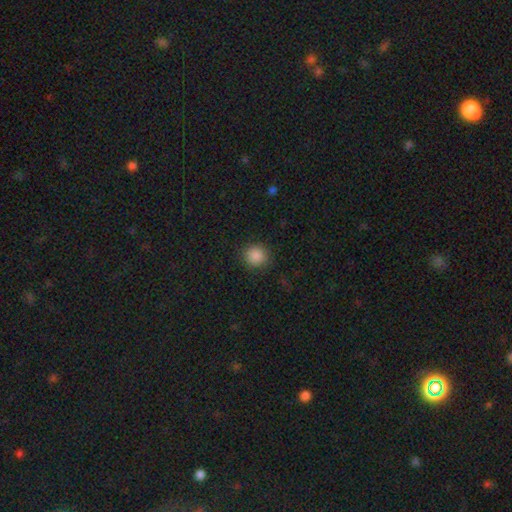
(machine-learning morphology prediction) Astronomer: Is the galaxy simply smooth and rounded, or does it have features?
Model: smooth — 87%.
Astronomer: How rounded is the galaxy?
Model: round — 90%.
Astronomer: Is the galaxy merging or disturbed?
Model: none — 89%.